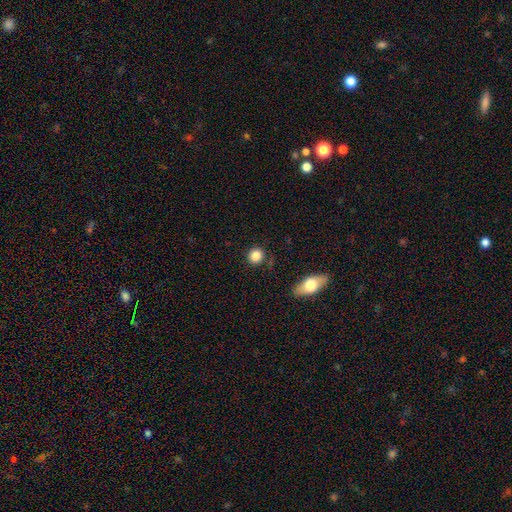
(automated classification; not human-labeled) This appears to be a smooth galaxy with no disk features (85%) that is round (87%). Merging: none (86%).